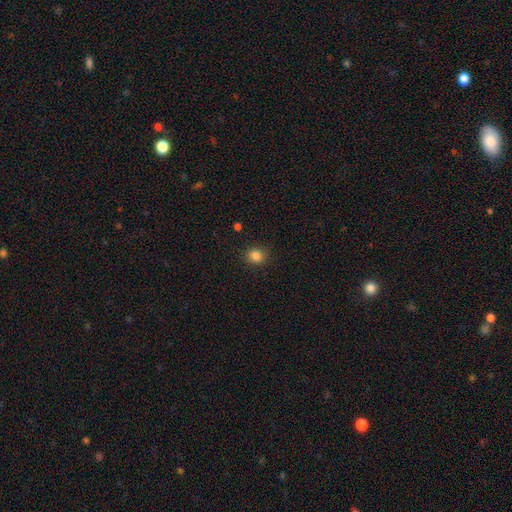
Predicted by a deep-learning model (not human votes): Smooth or featured: smooth — 85% (star or artifact — 11%)
How rounded: round — 81% (in between — 18%)
Merging: none — 89% (minor disturbance — 7%)